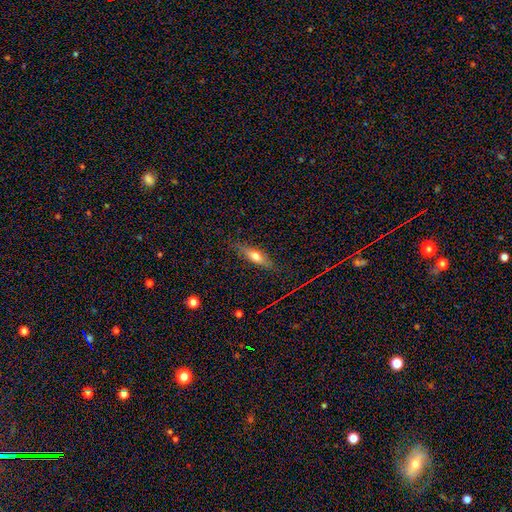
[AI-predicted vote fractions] Smooth or featured? smooth (54%)
How rounded? cigar-shaped (58%)
Merging? none (83%)